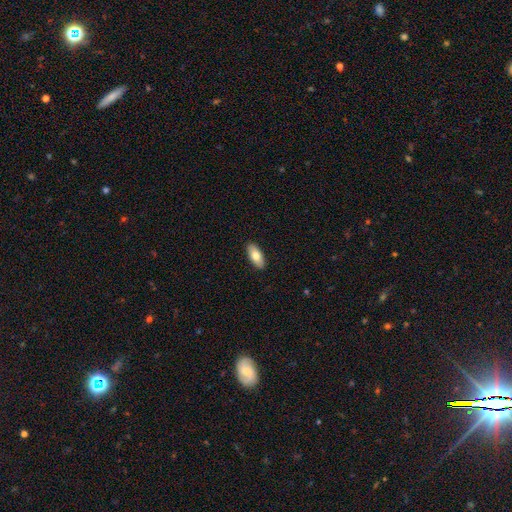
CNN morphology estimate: Smooth or featured? Predicted: smooth (p=0.76). How rounded? Predicted: in between (p=0.86). Merging? Predicted: none (p=0.91).